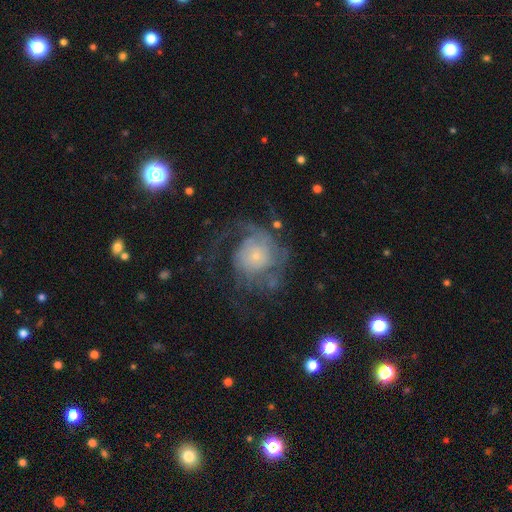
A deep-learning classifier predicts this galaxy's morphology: type=featured or disk (77%); edge-on=no (98%); bar=no (79%); spiral arms=yes (89%); winding=tight (38%, tied with medium); arm count=can't tell (31%); bulge=small (76%); merging=none (49%).